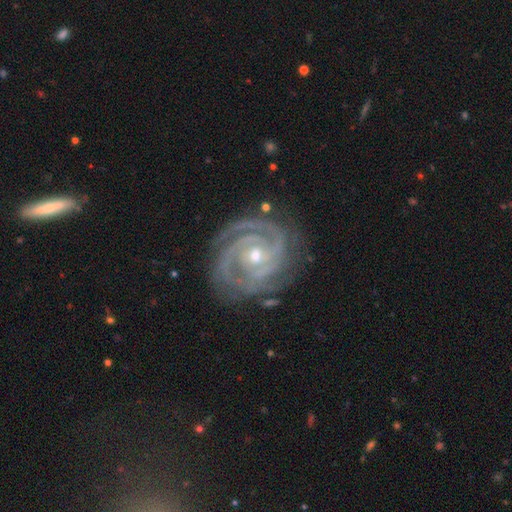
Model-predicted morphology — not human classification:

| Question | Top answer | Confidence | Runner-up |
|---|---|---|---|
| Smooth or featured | featured or disk | 93% | star or artifact (4%) |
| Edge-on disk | no | 98% | yes (2%) |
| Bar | no | 60% | weak (28%) |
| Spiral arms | yes | 99% | no (1%) |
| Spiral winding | tight | 81% | medium (17%) |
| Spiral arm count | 3 | 38% | 2 (35%) |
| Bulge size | moderate | 51% | small (47%) |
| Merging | none | 77% | minor disturbance (17%) |